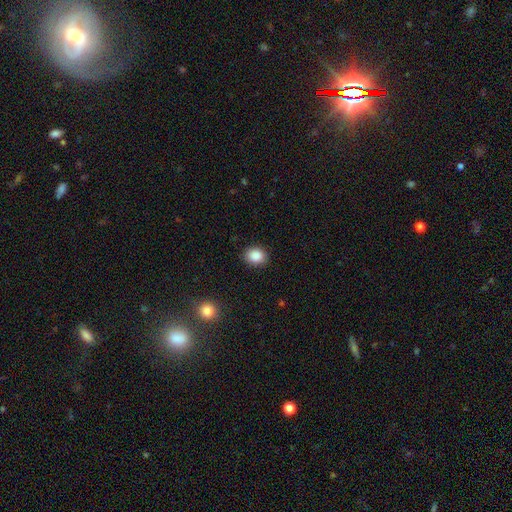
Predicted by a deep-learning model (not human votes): This is clearly a smooth galaxy (88%). How rounded: possibly round (60%). Merging: clearly none (88%).